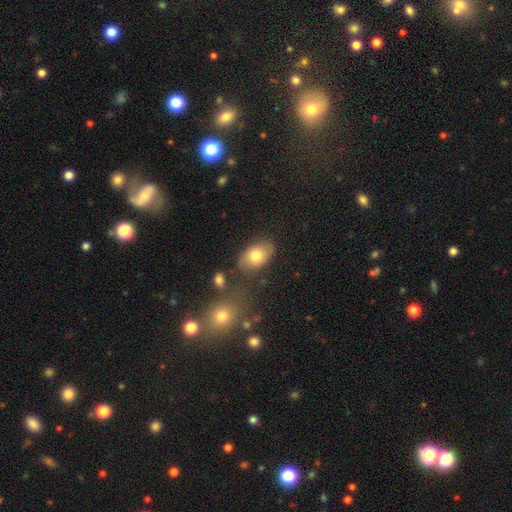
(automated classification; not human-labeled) smooth_or_featured: smooth (p=0.75) [alt: featured or disk p=0.18]
how_rounded: in between (p=0.86) [alt: round p=0.13]
merging: none (p=0.75) [alt: minor disturbance p=0.15]